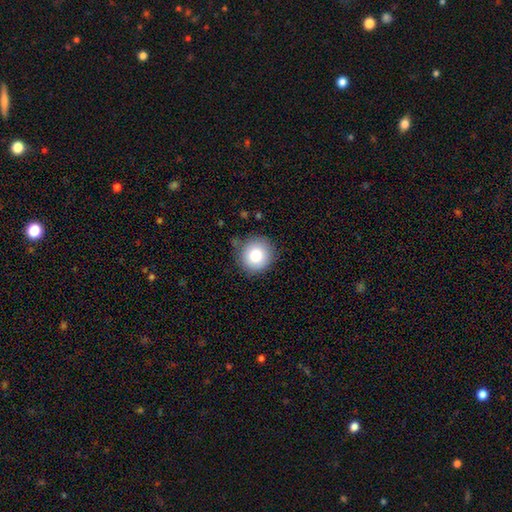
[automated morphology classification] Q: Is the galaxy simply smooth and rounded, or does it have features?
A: smooth — 82%.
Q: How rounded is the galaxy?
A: round — 90%.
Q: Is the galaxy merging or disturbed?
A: none — 83%.